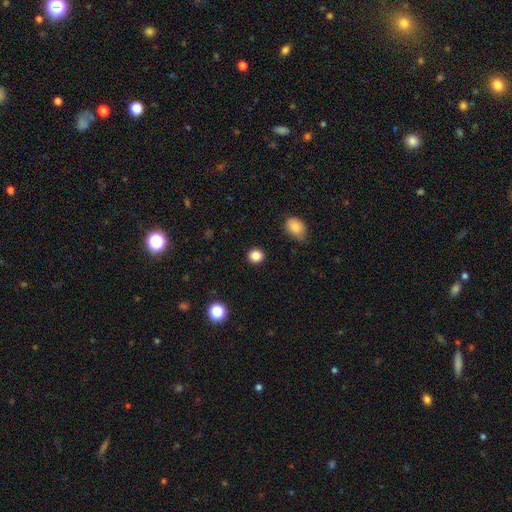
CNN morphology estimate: Smooth or featured? Predicted: smooth (p=0.85). How rounded? Predicted: round (p=0.86). Merging? Predicted: none (p=0.90).